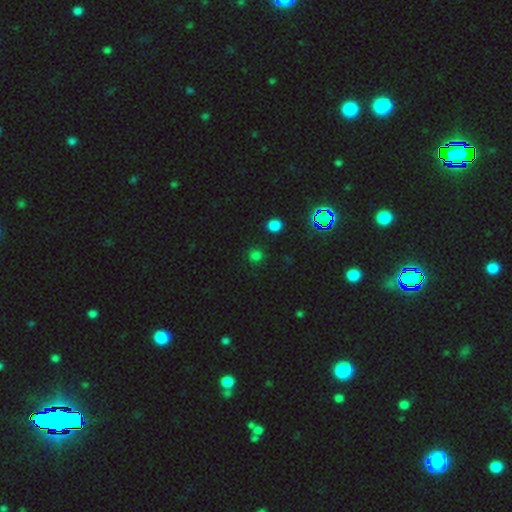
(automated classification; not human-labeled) Smooth or featured? Predicted: smooth (p=0.67). How rounded? Predicted: round (p=0.88). Merging? Predicted: none (p=0.85).